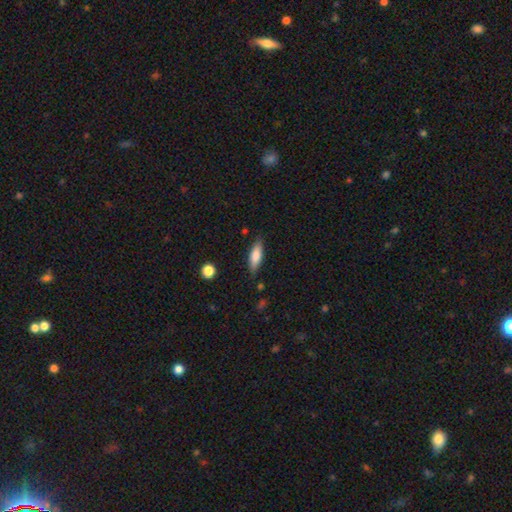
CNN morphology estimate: This appears to be a smooth galaxy with no disk features (76%) that is in between round and cigar-shaped (54%). Merging: none (82%).